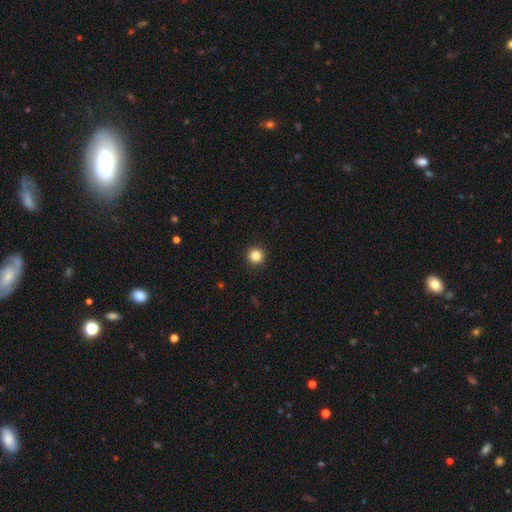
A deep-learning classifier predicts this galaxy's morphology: smooth_or_featured: smooth (p=0.85) [alt: star or artifact p=0.11]
how_rounded: round (p=0.96) [alt: in between p=0.03]
merging: none (p=0.94) [alt: minor disturbance p=0.04]